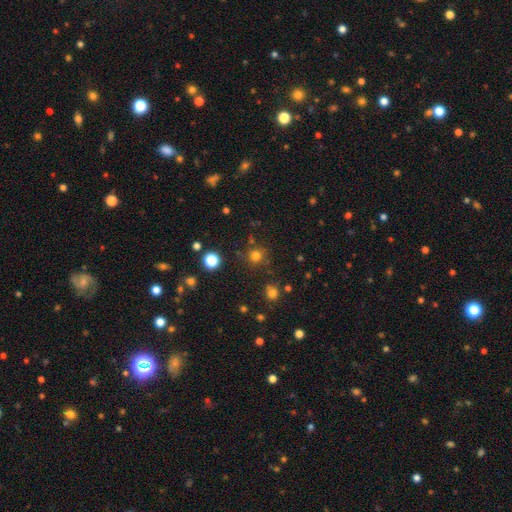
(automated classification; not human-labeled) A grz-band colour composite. It shows a smooth galaxy with no disk features (75%) that is round (92%). Merging: none (82%).